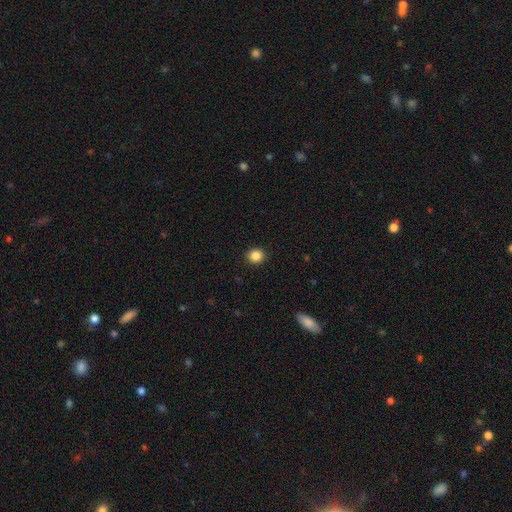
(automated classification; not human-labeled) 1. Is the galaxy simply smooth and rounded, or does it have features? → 85% smooth, 10% star or artifact, 4% featured or disk.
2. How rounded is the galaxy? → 84% round, 15% in between, 1% cigar-shaped.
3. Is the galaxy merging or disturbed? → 92% none, 5% minor disturbance, 2% major disturbance, 1% merger.